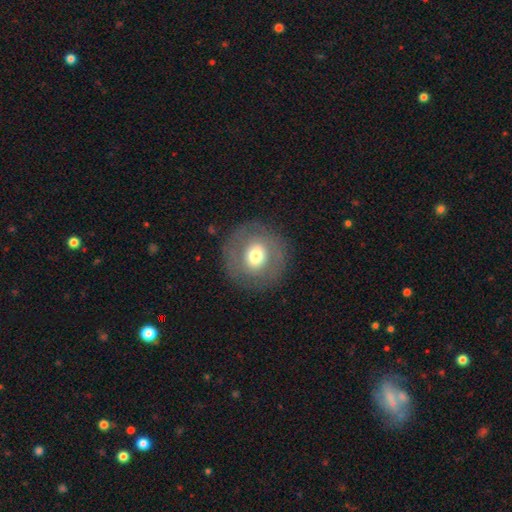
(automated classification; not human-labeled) A smooth galaxy with no disk features (54%) that is round (88%).

Vote fractions:
- Smooth or featured? smooth: 54% / featured or disk: 36% / star or artifact: 9%
- How rounded? round: 88% / in between: 11% / cigar-shaped: 1%
- Merging? none: 84% / minor disturbance: 9% / major disturbance: 6% / merger: 1%